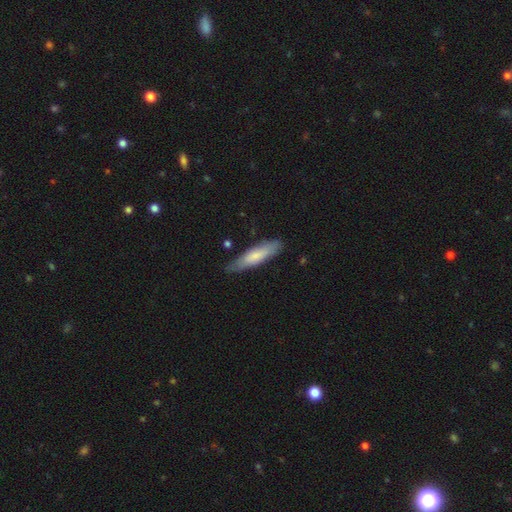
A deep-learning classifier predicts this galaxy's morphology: type=smooth (70%); roundness=cigar-shaped (76%); merging=none (79%).